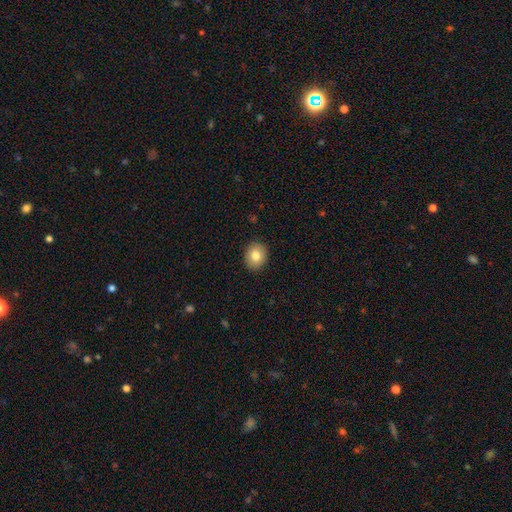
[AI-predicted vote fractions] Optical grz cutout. It shows a smooth galaxy with no disk features (81%) that is round (70%). Merging: none (91%).